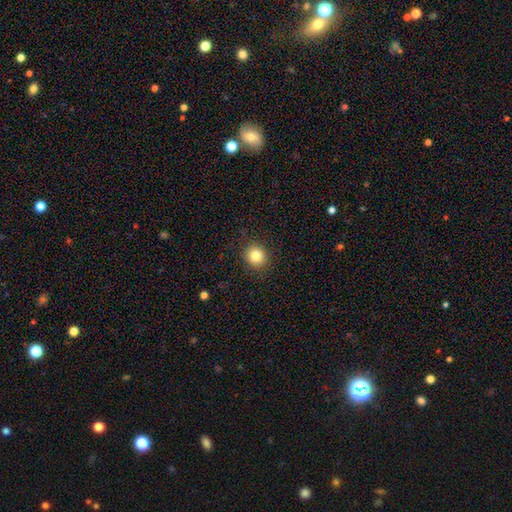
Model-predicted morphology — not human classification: smooth-or-featured: smooth: 82% | star or artifact: 11% | featured or disk: 7%
  how-rounded: round: 90% | in between: 9% | cigar-shaped: 1%
  merging: none: 91% | minor disturbance: 6% | major disturbance: 2% | merger: 1%